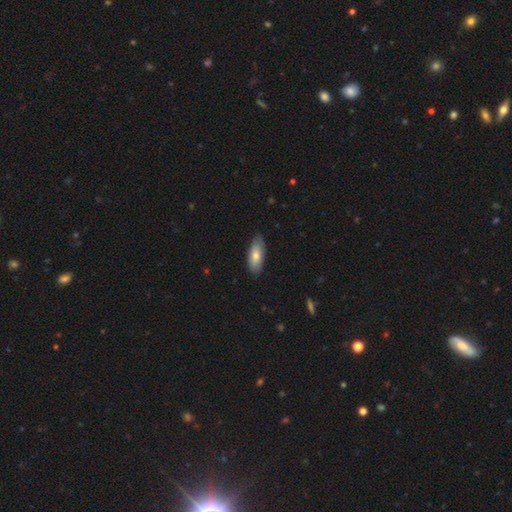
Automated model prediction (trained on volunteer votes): Smooth or featured?
  - smooth: 75% *
  - featured or disk: 20%
  - star or artifact: 6%
How rounded?
  - in between: 81% *
  - cigar-shaped: 17%
  - round: 2%
Merging?
  - none: 81% *
  - minor disturbance: 16%
  - major disturbance: 2%
  - merger: 1%